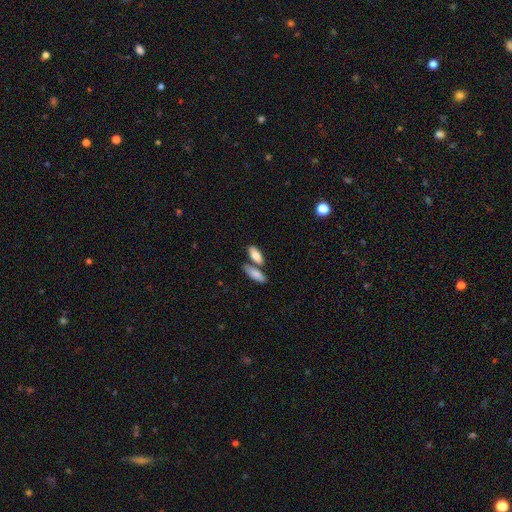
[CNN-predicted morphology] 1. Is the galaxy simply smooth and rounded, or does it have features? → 80% smooth, 14% featured or disk, 6% star or artifact.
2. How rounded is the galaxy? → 76% in between, 21% cigar-shaped, 3% round.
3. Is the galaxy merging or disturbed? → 57% none, 29% merger, 11% minor disturbance, 3% major disturbance.